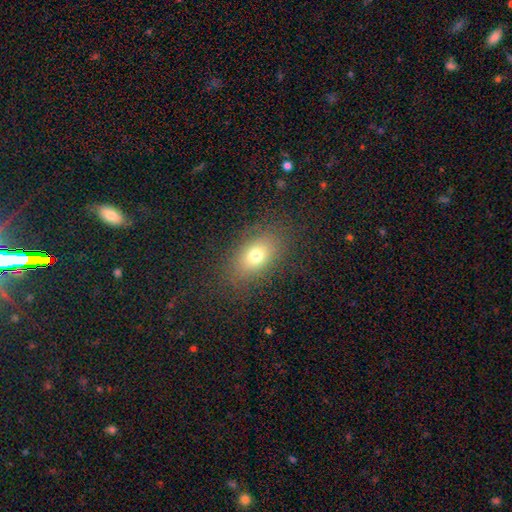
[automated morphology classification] This is likely a smooth galaxy (71%). How rounded: likely in between (79%). Merging: clearly none (82%).